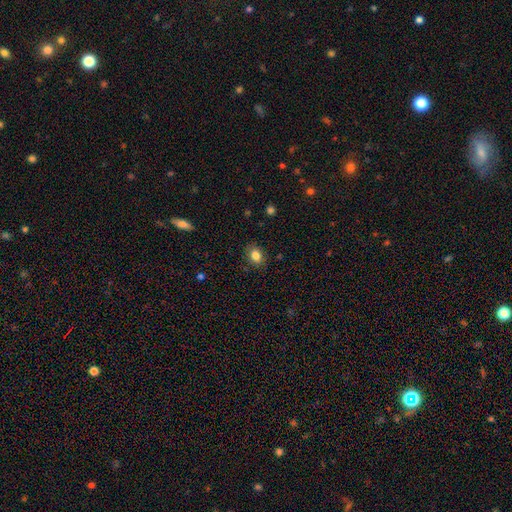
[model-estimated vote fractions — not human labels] smooth-or-featured: smooth: 84% | star or artifact: 10% | featured or disk: 6%
  how-rounded: in between: 61% | round: 38% | cigar-shaped: 1%
  merging: none: 85% | minor disturbance: 11% | major disturbance: 3% | merger: 1%